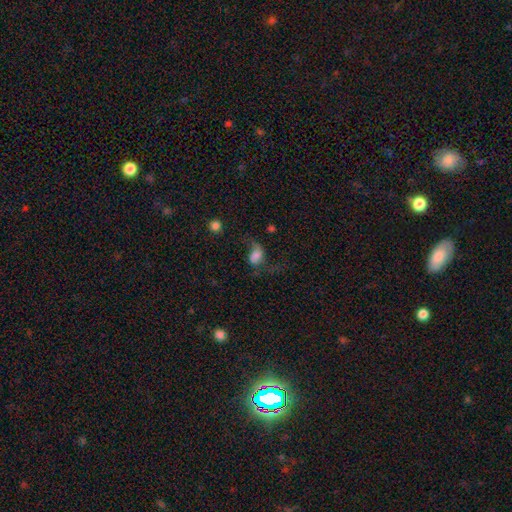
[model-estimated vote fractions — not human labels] Smooth or featured? featured or disk (44%)
Merging? none (38%)